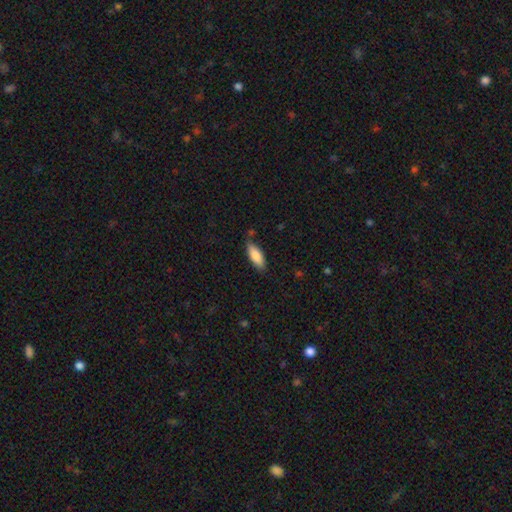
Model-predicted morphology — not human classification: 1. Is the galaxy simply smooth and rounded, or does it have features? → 84% smooth, 10% featured or disk, 6% star or artifact.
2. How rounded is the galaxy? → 70% in between, 28% cigar-shaped, 2% round.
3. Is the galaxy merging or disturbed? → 78% none, 17% minor disturbance, 3% major disturbance, 3% merger.